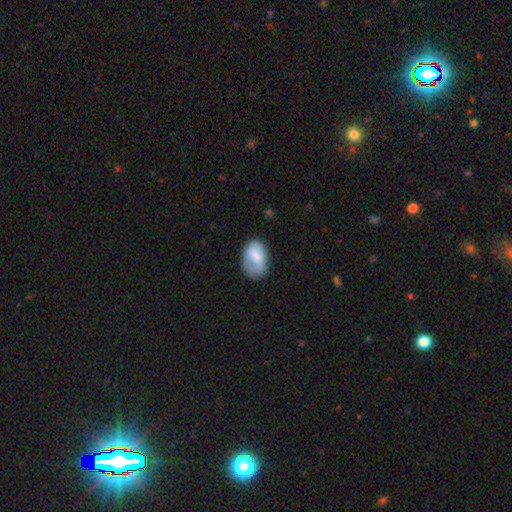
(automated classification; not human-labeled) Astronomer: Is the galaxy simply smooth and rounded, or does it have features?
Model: smooth — 74%.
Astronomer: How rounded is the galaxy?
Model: in between — 90%.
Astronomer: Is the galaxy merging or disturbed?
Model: none — 57%.